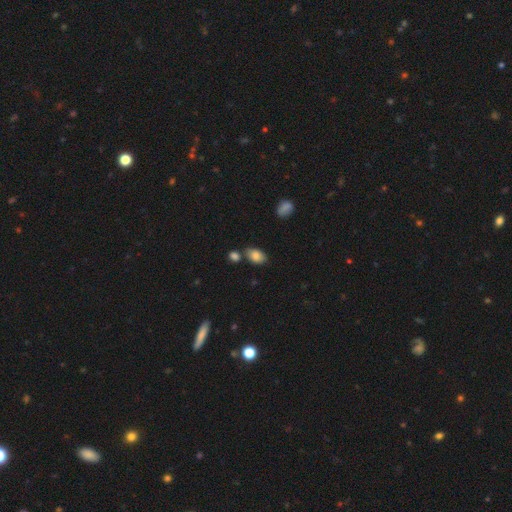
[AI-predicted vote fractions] This is clearly a smooth galaxy (83%). How rounded: clearly in between (89%). Merging: likely none (68%).